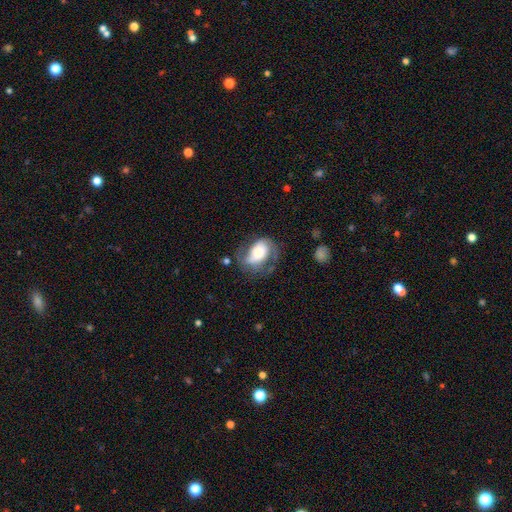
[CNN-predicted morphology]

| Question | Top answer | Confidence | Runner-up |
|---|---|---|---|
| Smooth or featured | featured or disk | 58% | smooth (34%) |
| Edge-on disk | no | 96% | yes (4%) |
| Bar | no | 54% | weak (28%) |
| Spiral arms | yes | 81% | no (19%) |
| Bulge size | large | 39% | moderate (29%) |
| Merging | none | 46% | minor disturbance (26%) |